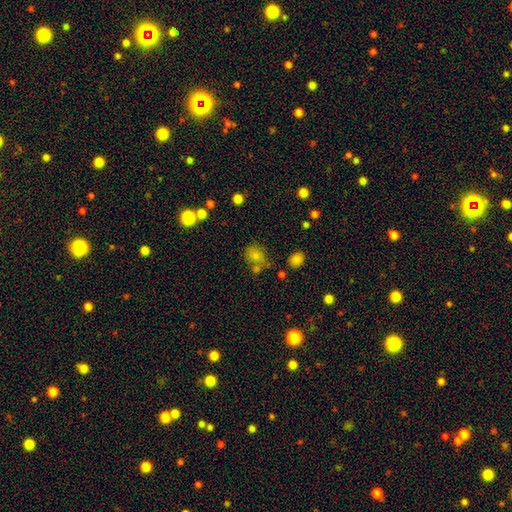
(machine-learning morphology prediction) Smooth or featured?
  - smooth: 66% *
  - star or artifact: 23%
  - featured or disk: 12%
How rounded?
  - round: 60% *
  - in between: 39%
  - cigar-shaped: 1%
Merging?
  - none: 63% *
  - minor disturbance: 16%
  - merger: 14%
  - major disturbance: 7%